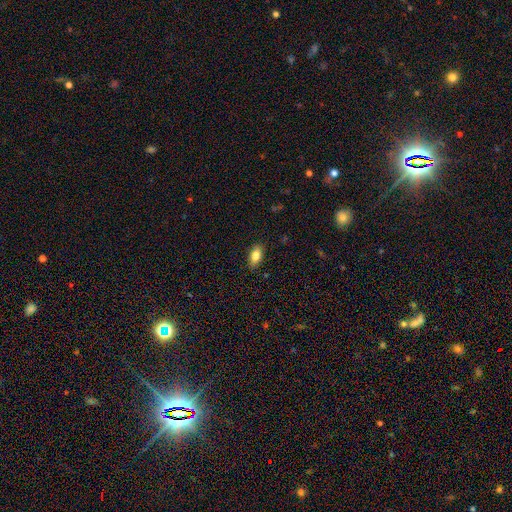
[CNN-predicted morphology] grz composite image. It shows a smooth galaxy with no disk features (82%) that is in between round and cigar-shaped (88%). Merging: none (87%).